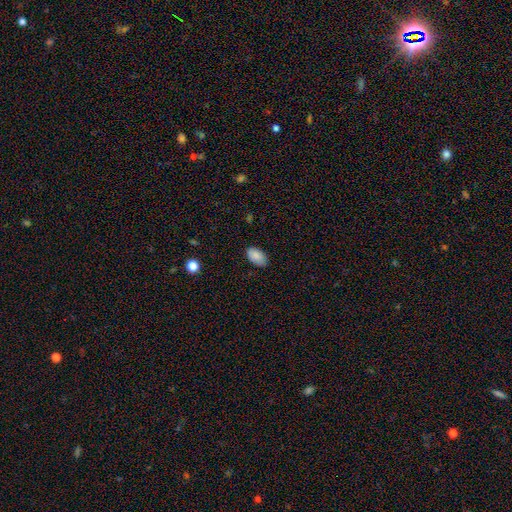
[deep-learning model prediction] A smooth galaxy with no disk features (88%) that is in between round and cigar-shaped (93%).

Vote fractions:
- Smooth or featured? smooth: 88% / star or artifact: 7% / featured or disk: 5%
- How rounded? in between: 93% / round: 6% / cigar-shaped: 1%
- Merging? none: 83% / minor disturbance: 14% / major disturbance: 3% / merger: 1%